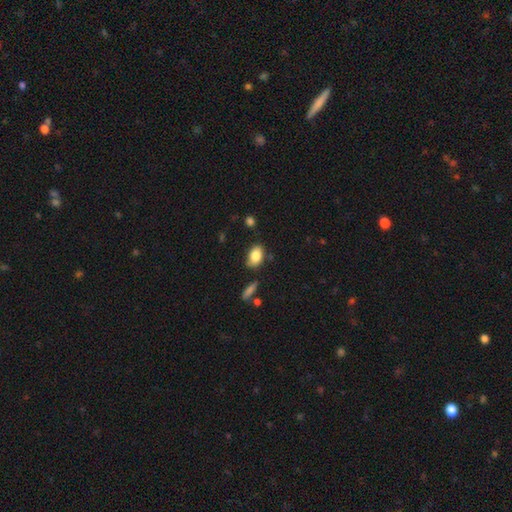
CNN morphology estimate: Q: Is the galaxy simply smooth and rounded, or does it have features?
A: smooth — 84%.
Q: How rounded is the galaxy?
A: in between — 87%.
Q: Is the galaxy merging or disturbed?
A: none — 75%.